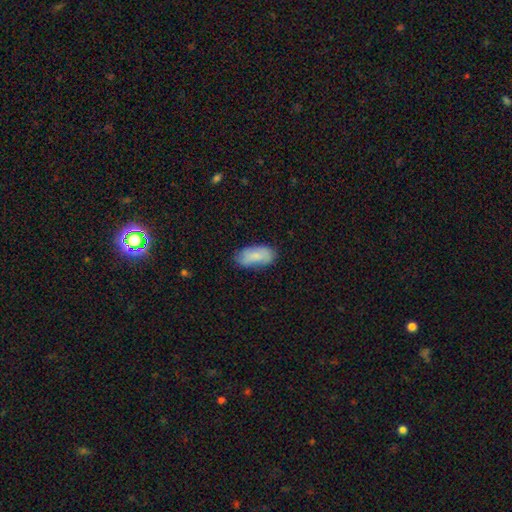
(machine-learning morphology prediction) Smooth or featured? smooth (80%)
How rounded? in between (91%)
Merging? none (70%)